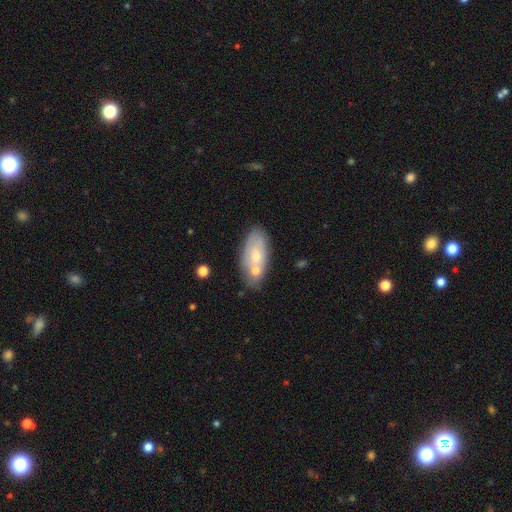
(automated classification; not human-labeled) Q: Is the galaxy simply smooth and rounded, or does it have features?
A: smooth — 58%.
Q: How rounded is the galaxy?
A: in between — 87%.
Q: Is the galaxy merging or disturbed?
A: none — 60%.